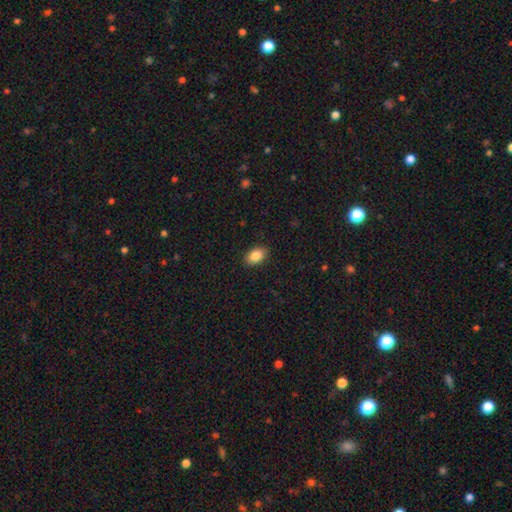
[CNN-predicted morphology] smooth_or_featured: smooth (p=0.86) [alt: star or artifact p=0.08]
how_rounded: in between (p=0.89) [alt: round p=0.10]
merging: none (p=0.89) [alt: minor disturbance p=0.08]